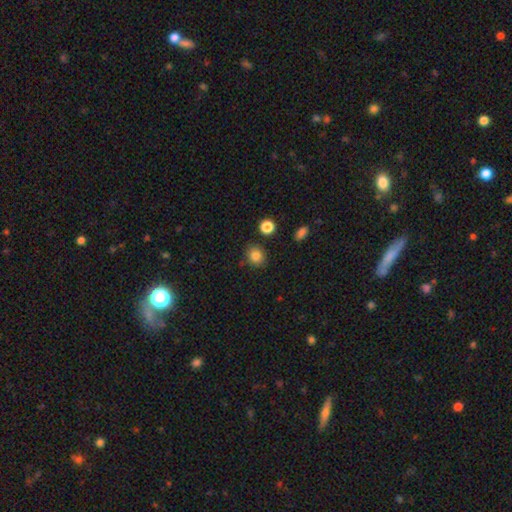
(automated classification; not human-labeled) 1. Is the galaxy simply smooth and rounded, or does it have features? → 83% smooth, 11% star or artifact, 6% featured or disk.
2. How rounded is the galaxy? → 77% round, 22% in between, 1% cigar-shaped.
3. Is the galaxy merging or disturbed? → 84% none, 10% minor disturbance, 4% merger, 3% major disturbance.